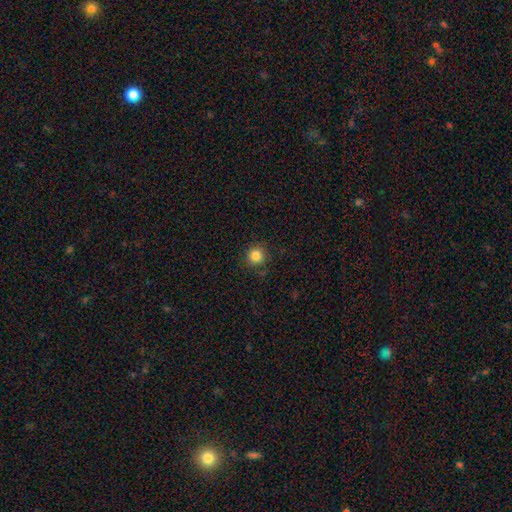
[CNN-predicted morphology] type=smooth (84%); roundness=round (94%); merging=none (88%).